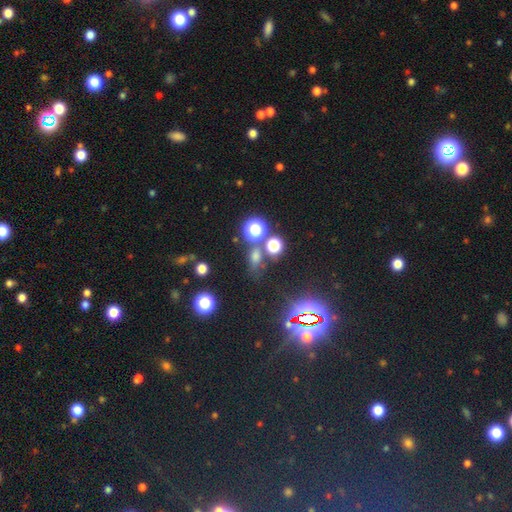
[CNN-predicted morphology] Q: Smooth or featured?
A: star or artifact (45%); tied with: smooth (45%)